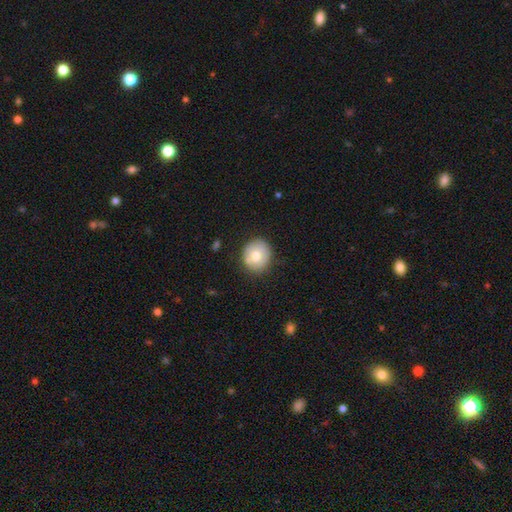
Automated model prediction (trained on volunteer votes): smooth_or_featured: smooth (p=0.73) [alt: featured or disk p=0.19]
how_rounded: round (p=0.84) [alt: in between p=0.15]
merging: none (p=0.78) [alt: minor disturbance p=0.15]